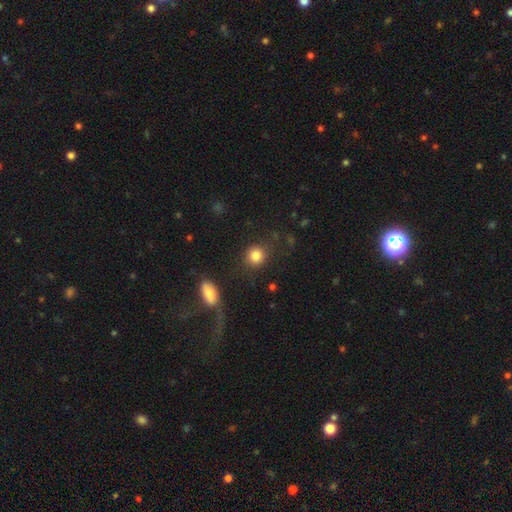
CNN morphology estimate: This is clearly a smooth galaxy (84%). How rounded: clearly round (86%). Merging: clearly none (83%).